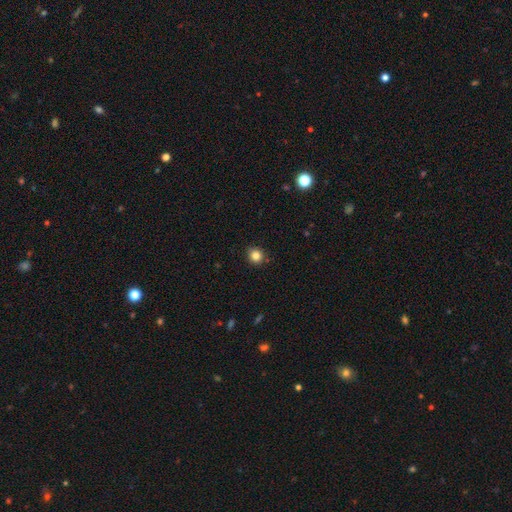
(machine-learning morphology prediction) A smooth galaxy with no disk features (84%) that is round (88%).

Vote fractions:
- Smooth or featured? smooth: 84% / star or artifact: 12% / featured or disk: 5%
- How rounded? round: 88% / in between: 12% / cigar-shaped: 1%
- Merging? none: 90% / minor disturbance: 7% / major disturbance: 2% / merger: 1%